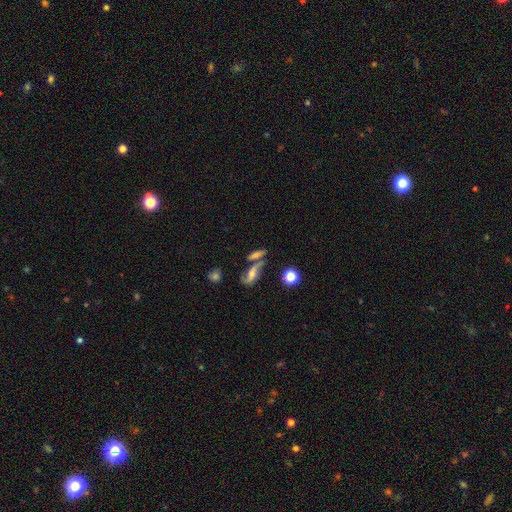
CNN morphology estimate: A smooth galaxy with no disk features (47%).

Vote fractions:
- Smooth or featured? smooth: 47% / featured or disk: 40% / star or artifact: 13%
- Merging? none: 48% / merger: 32% / minor disturbance: 13% / major disturbance: 8%